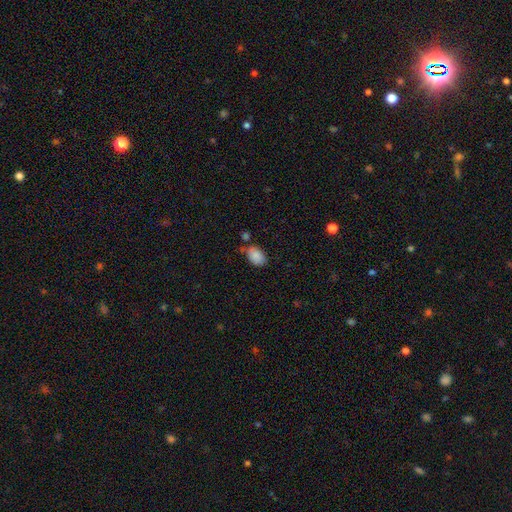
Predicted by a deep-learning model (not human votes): Overall: smooth (88%). How rounded: in between (89%). Merging: none (66%).